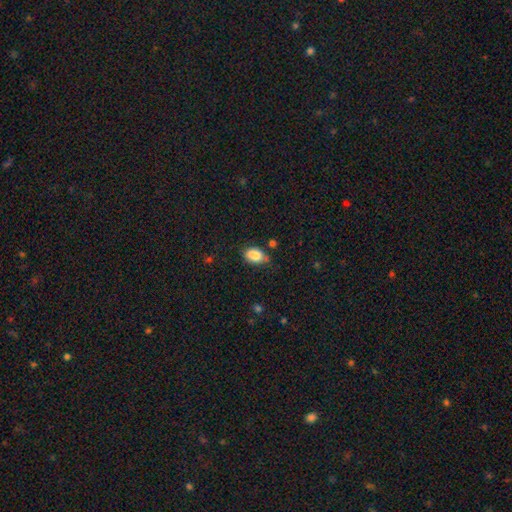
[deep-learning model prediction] Smooth or featured: smooth — 85% (star or artifact — 8%)
How rounded: in between — 86% (round — 12%)
Merging: none — 57% (minor disturbance — 33%)